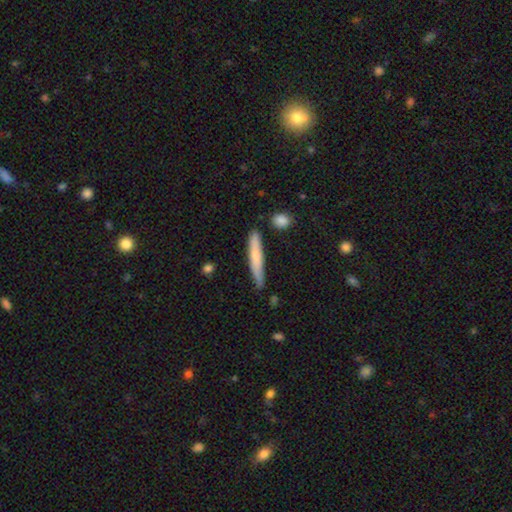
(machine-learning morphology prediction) smooth_or_featured: smooth (p=0.68) [alt: featured or disk p=0.26]
how_rounded: cigar-shaped (p=0.93) [alt: in between p=0.06]
merging: none (p=0.77) [alt: minor disturbance p=0.17]